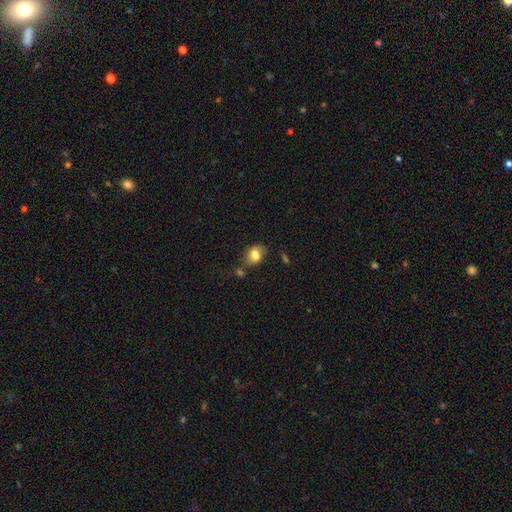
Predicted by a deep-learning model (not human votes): The model was most divided on "merging": none: 56%, minor disturbance: 22%, merger: 14%, major disturbance: 8%. More confident: smooth or featured — smooth (76%); how rounded — in between (68%).